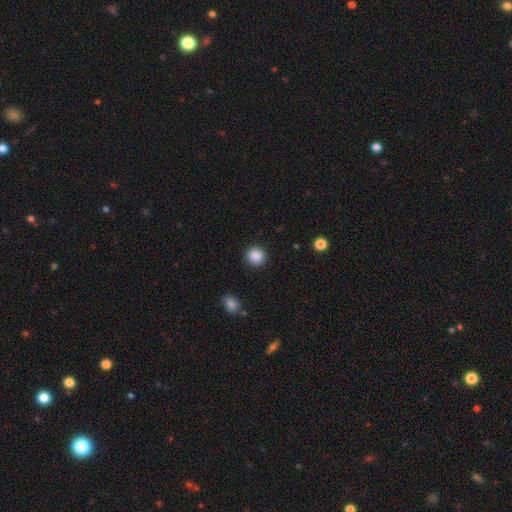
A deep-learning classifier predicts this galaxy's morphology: Overall: smooth (88%). How rounded: round (91%). Merging: none (90%).